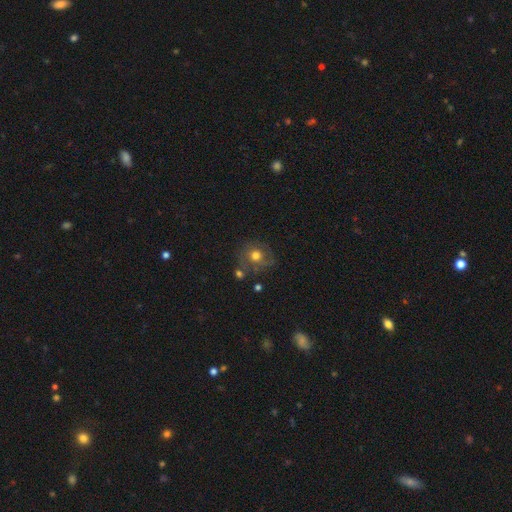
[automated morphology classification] This is possibly a smooth galaxy (51%). How rounded: clearly round (81%). Merging: likely none (63%).